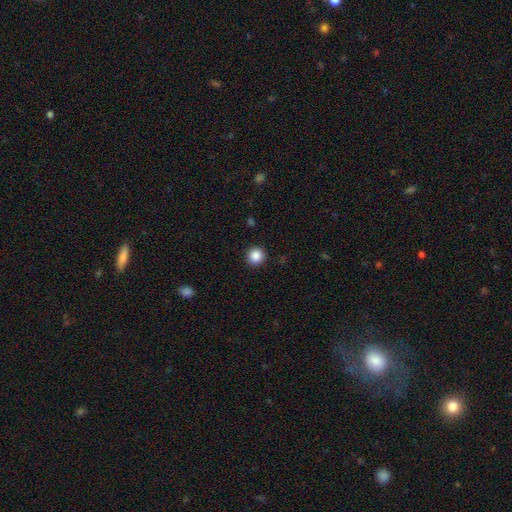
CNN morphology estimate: This is clearly a smooth galaxy (87%). How rounded: clearly round (94%). Merging: clearly none (92%).